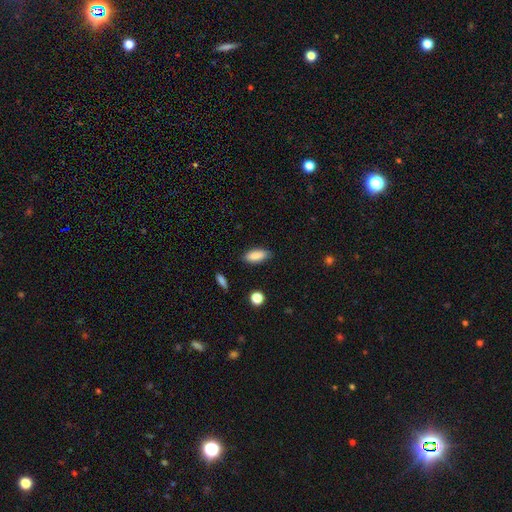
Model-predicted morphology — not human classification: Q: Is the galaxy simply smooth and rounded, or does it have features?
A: smooth — 87%.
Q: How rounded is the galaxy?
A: in between — 81%.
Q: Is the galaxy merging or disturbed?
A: none — 82%.